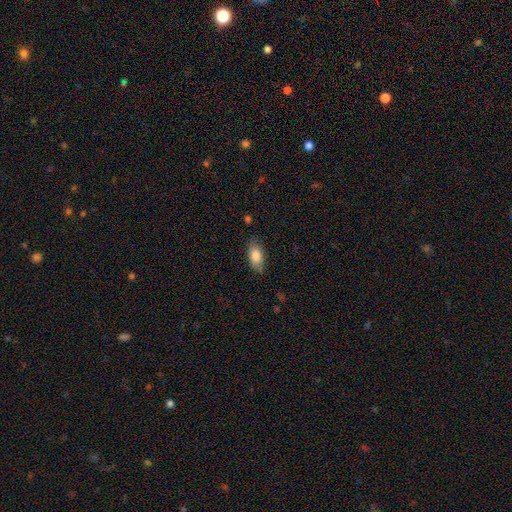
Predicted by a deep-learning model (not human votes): Overall: smooth (81%). How rounded: in between (88%). Merging: none (82%).